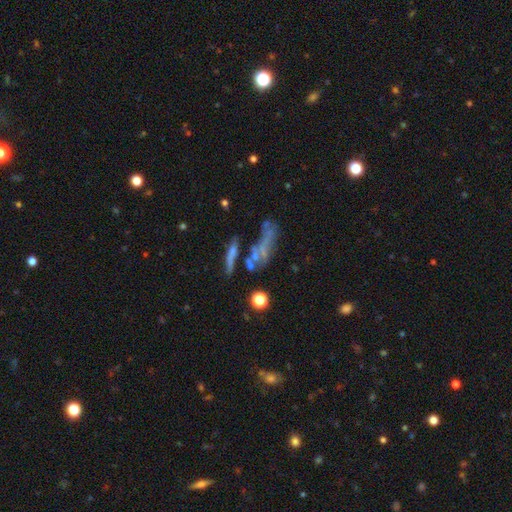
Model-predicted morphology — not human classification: smooth-or-featured: featured or disk: 43% | smooth: 36% | star or artifact: 21%
  merging: none: 39% | merger: 24% | major disturbance: 20% | minor disturbance: 16%